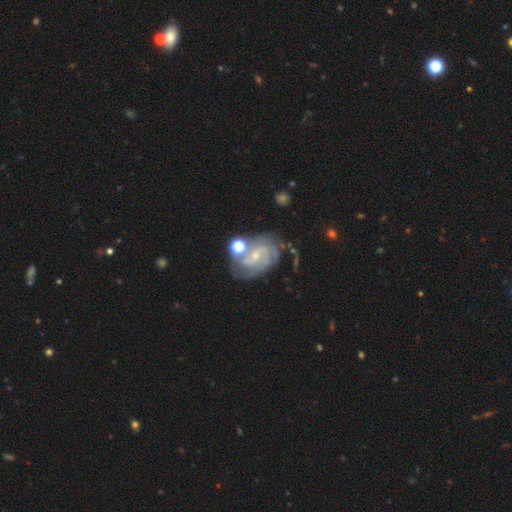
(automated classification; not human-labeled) This appears to be a featured or disk galaxy (79%) with no bar (57%), tight (55%) spiral arms (93%) and a small central bulge (69%). Merging: none (55%).